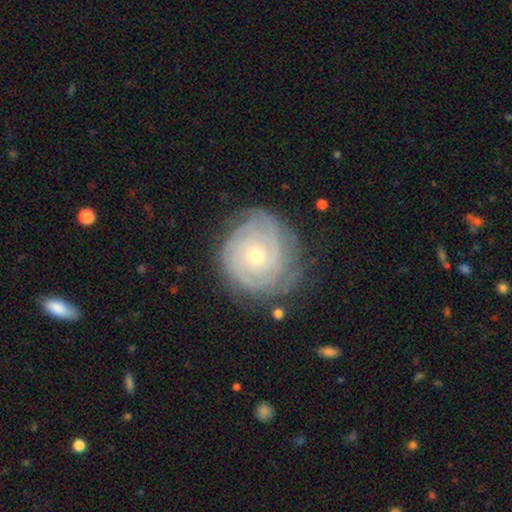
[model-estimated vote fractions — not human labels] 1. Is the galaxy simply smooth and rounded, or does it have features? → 82% featured or disk, 12% smooth, 6% star or artifact.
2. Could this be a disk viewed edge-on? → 97% no, 3% yes.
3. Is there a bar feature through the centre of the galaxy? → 82% no, 14% weak, 4% strong.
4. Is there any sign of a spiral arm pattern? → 93% yes, 7% no.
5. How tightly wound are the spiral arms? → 83% tight, 14% medium, 4% loose.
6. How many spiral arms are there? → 38% can't tell, 20% 2, 18% 3, 11% 4, 6% more than 4, 6% 1.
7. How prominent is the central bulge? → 57% small, 40% moderate, 1% large, 1% dominant, 1% none.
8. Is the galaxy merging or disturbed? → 73% none, 19% minor disturbance, 7% major disturbance, 1% merger.